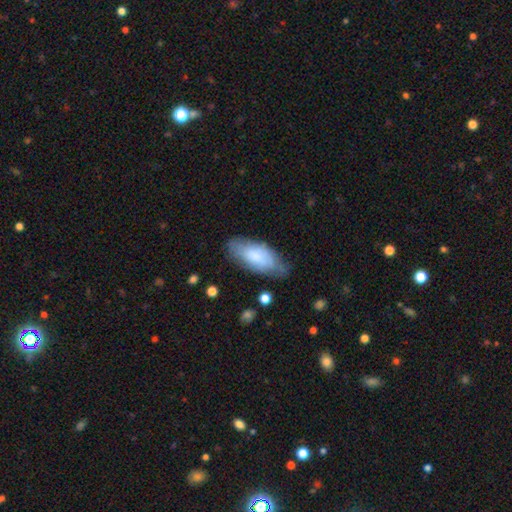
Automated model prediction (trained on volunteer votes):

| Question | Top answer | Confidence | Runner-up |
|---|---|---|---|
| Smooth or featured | smooth | 70% | featured or disk (23%) |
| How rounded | in between | 87% | cigar-shaped (11%) |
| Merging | none | 66% | minor disturbance (26%) |